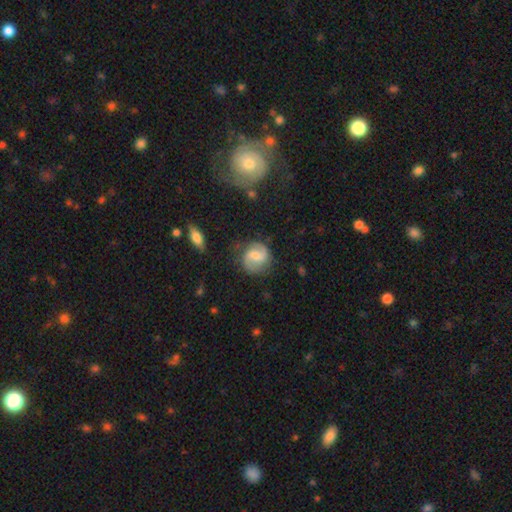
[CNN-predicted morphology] Q: Smooth or featured?
A: featured or disk (70%); runner-up: smooth (23%)
Q: Edge-on disk?
A: no (98%); runner-up: yes (2%)
Q: Bar?
A: weak (55%); runner-up: no (29%)
Q: Spiral arms?
A: yes (94%); runner-up: no (6%)
Q: Spiral winding?
A: medium (50%); runner-up: loose (30%)
Q: Spiral arm count?
A: 2 (90%); runner-up: can't tell (5%)
Q: Bulge size?
A: moderate (43%); runner-up: small (37%)
Q: Merging?
A: none (79%); runner-up: minor disturbance (14%)